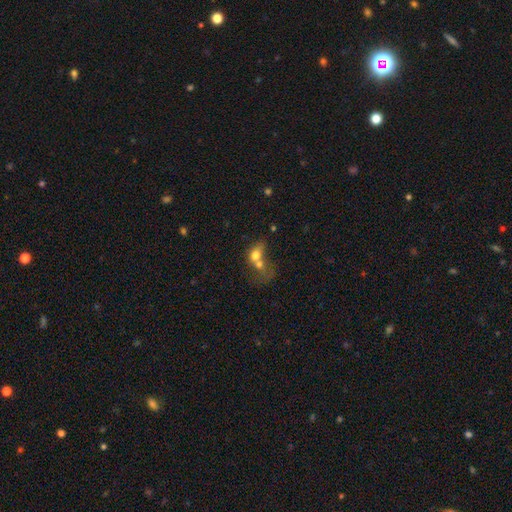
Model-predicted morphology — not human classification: Smooth or featured?
  - smooth: 65% *
  - featured or disk: 24%
  - star or artifact: 11%
How rounded?
  - in between: 55% *
  - round: 43%
  - cigar-shaped: 2%
Merging?
  - merger: 70% *
  - none: 12%
  - major disturbance: 12%
  - minor disturbance: 6%